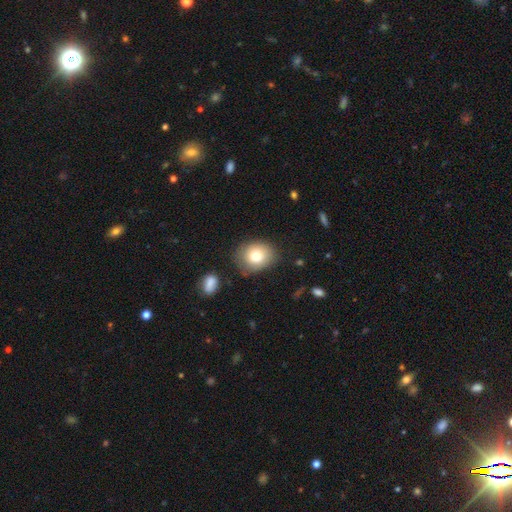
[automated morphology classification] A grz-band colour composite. It shows a smooth galaxy with no disk features (78%) that is round (60%). Merging: none (77%).